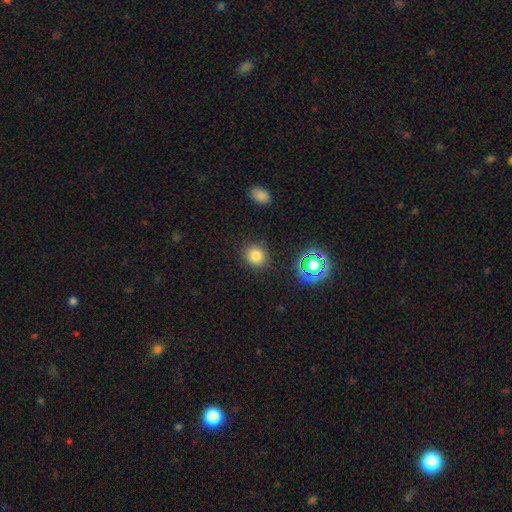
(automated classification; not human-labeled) Overall: smooth (78%). How rounded: round (87%). Merging: none (87%).